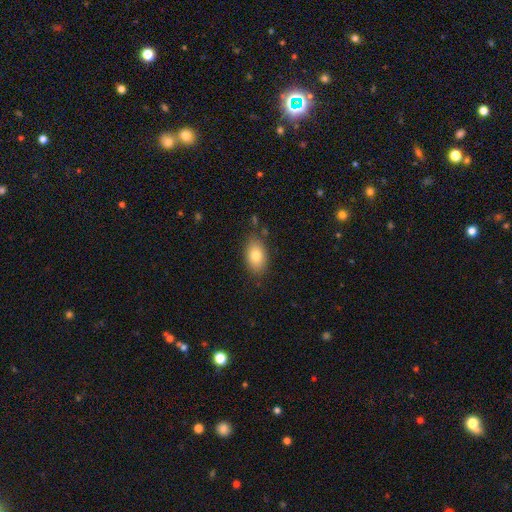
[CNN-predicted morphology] smooth_or_featured: smooth (p=0.81) [alt: featured or disk p=0.11]
how_rounded: in between (p=0.88) [alt: round p=0.10]
merging: none (p=0.82) [alt: minor disturbance p=0.13]